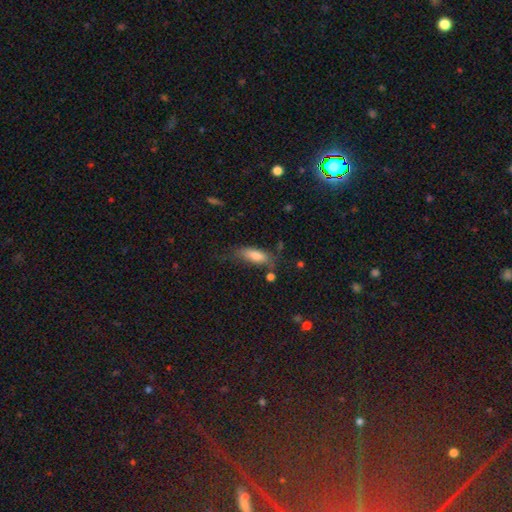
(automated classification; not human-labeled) Smooth or featured: smooth — 76% (featured or disk — 15%)
How rounded: in between — 65% (cigar-shaped — 33%)
Merging: none — 56% (minor disturbance — 27%)